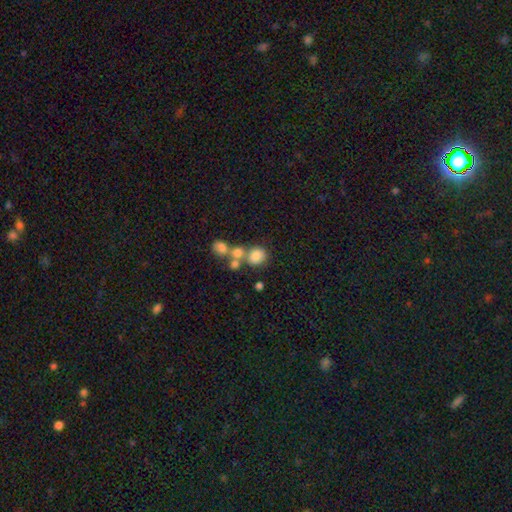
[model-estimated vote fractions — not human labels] smooth-or-featured: smooth: 75% | featured or disk: 12% | star or artifact: 12%
  how-rounded: round: 74% | in between: 25% | cigar-shaped: 1%
  merging: none: 45% | merger: 38% | minor disturbance: 11% | major disturbance: 6%